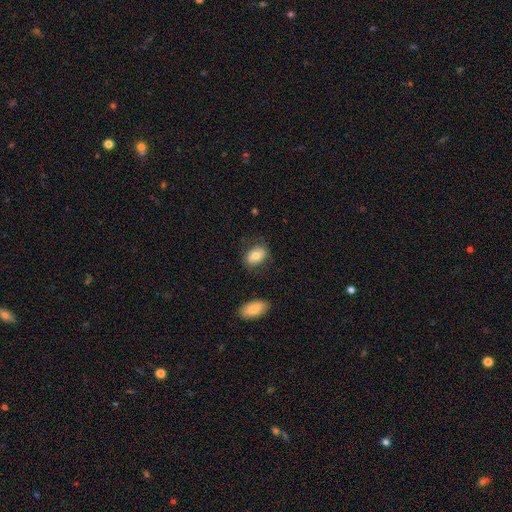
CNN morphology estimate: This is likely a smooth galaxy (76%). How rounded: clearly in between (81%). Merging: likely none (73%).